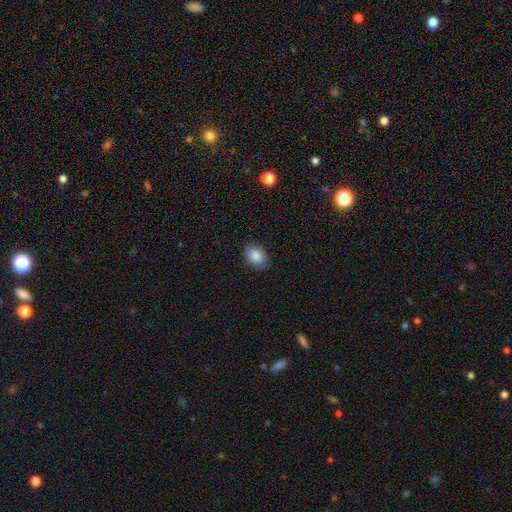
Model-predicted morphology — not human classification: Smooth or featured? Predicted: smooth (p=0.87). How rounded? Predicted: in between (p=0.78). Merging? Predicted: none (p=0.86).